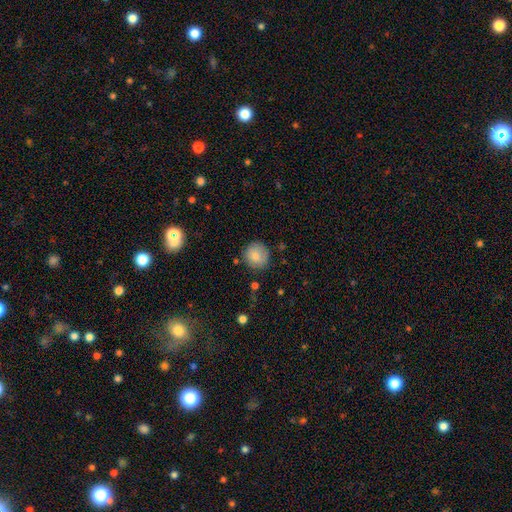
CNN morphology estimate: The model was most divided on "merging": none: 80%, minor disturbance: 14%, major disturbance: 3%, merger: 2%. More confident: how rounded — round (89%); smooth or featured — smooth (83%).